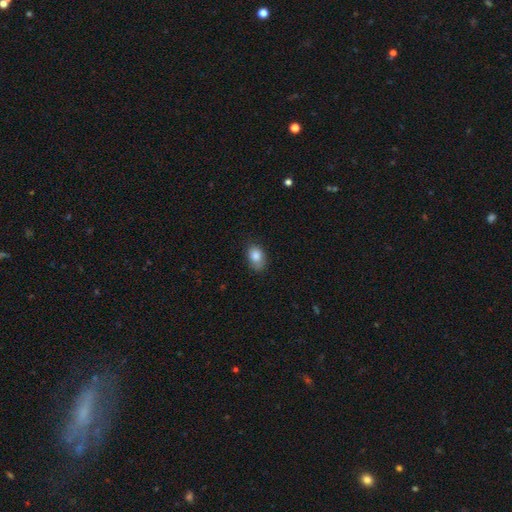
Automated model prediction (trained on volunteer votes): Smooth or featured? Predicted: smooth (p=0.84). How rounded? Predicted: in between (p=0.80). Merging? Predicted: none (p=0.70).